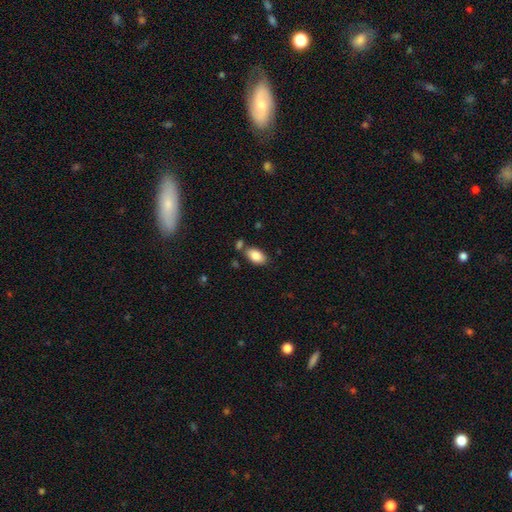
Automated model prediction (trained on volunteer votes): Smooth or featured? Predicted: smooth (p=0.84). How rounded? Predicted: in between (p=0.93). Merging? Predicted: none (p=0.73).